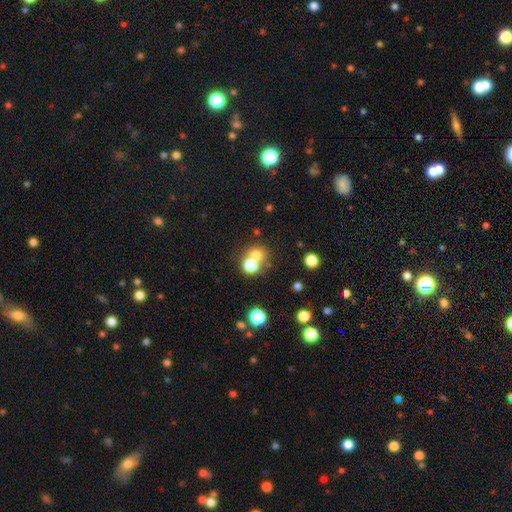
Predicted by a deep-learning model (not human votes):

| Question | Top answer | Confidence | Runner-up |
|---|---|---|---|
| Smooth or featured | smooth | 70% | star or artifact (17%) |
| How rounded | round | 80% | in between (19%) |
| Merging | merger | 47% | none (43%) |